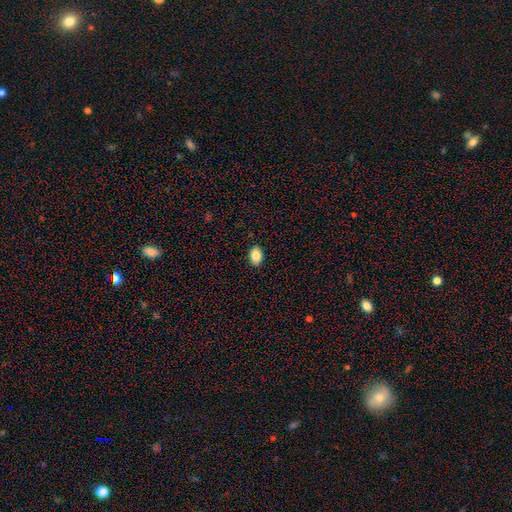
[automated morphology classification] The model was most divided on "how rounded": in between: 84%, round: 15%, cigar-shaped: 1%. More confident: merging — none (89%); smooth or featured — smooth (86%).